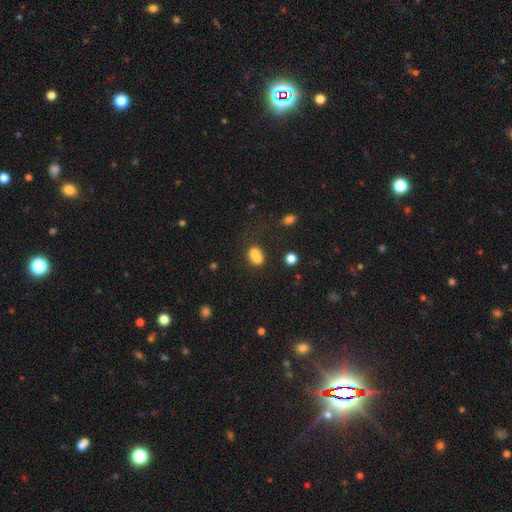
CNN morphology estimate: This is likely a smooth galaxy (76%). How rounded: likely in between (66%). Merging: marginally merger (41%).